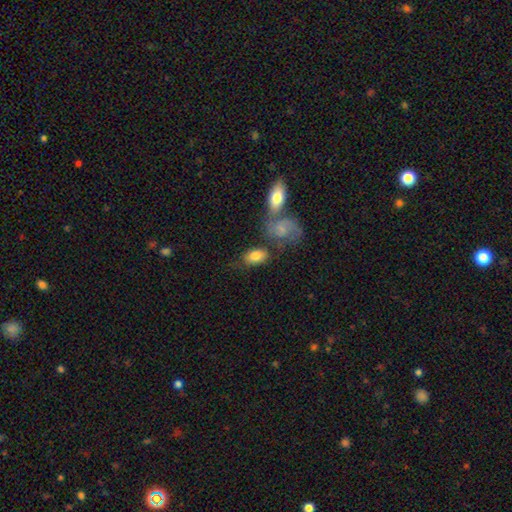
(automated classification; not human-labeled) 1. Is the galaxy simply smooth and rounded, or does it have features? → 77% smooth, 16% featured or disk, 7% star or artifact.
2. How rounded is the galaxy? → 88% in between, 10% round, 2% cigar-shaped.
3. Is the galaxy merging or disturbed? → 52% none, 24% merger, 16% minor disturbance, 8% major disturbance.